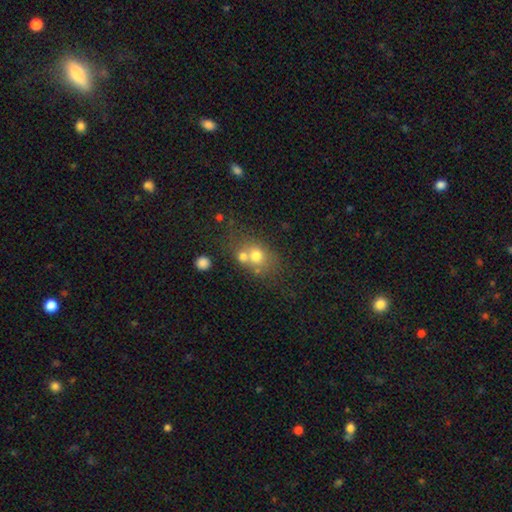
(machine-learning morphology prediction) Smooth or featured: smooth — 69% (featured or disk — 19%)
How rounded: round — 58% (in between — 41%)
Merging: merger — 44% (none — 41%)